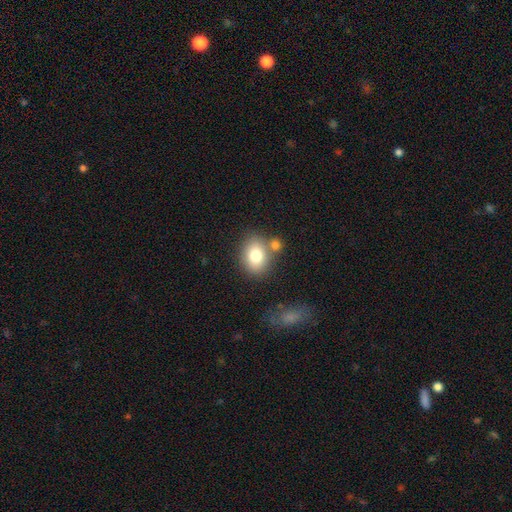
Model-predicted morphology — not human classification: Smooth or featured? Predicted: smooth (p=0.78). How rounded? Predicted: in between (p=0.54). Merging? Predicted: none (p=0.65).